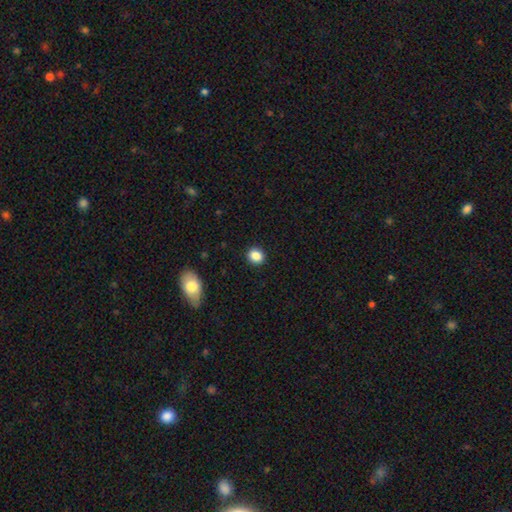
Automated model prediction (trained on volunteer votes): Smooth or featured: smooth — 86% (star or artifact — 10%)
How rounded: round — 74% (in between — 25%)
Merging: none — 91% (minor disturbance — 6%)